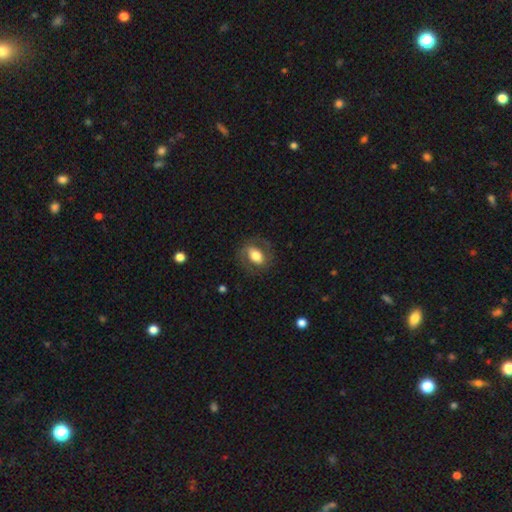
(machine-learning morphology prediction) The model was most divided on "smooth or featured": smooth: 48%, featured or disk: 44%, star or artifact: 7%. More confident: merging — none (74%).